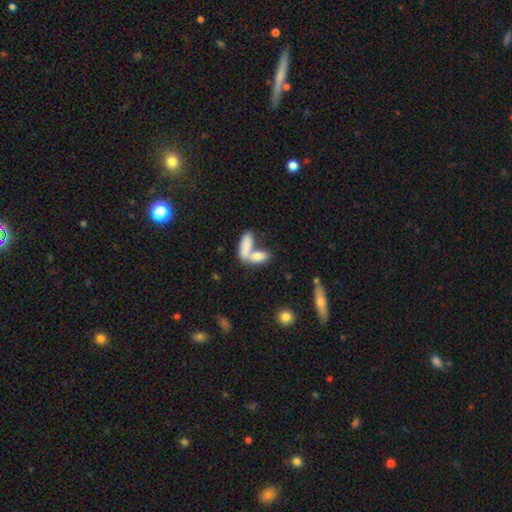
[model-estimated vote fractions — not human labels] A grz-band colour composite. It shows a smooth galaxy with no disk features (78%) that is in between round and cigar-shaped (78%). Merging: merger (64%).